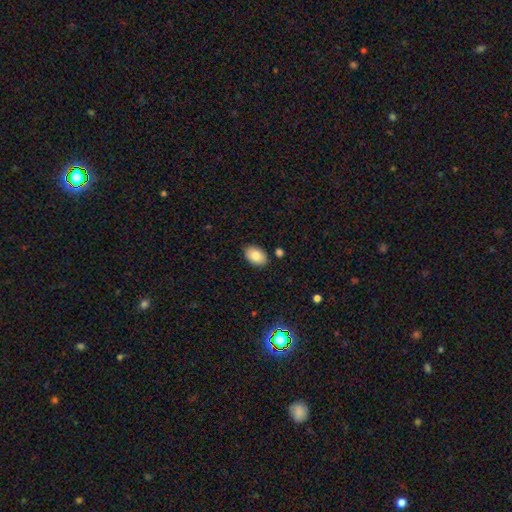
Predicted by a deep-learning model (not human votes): Smooth or featured?
  - smooth: 84% *
  - featured or disk: 9%
  - star or artifact: 8%
How rounded?
  - in between: 90% *
  - round: 9%
  - cigar-shaped: 1%
Merging?
  - none: 86% *
  - minor disturbance: 10%
  - merger: 2%
  - major disturbance: 2%